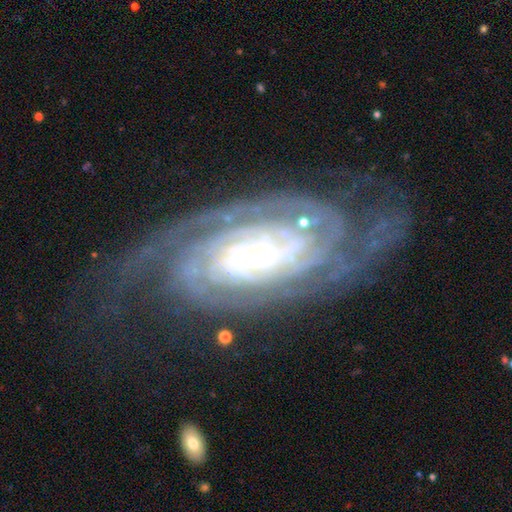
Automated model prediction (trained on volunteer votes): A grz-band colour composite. It shows a featured or disk galaxy (89%) with no bar (66%), 2 (27%) tight (75%) spiral arms (98%) and a small central bulge (71%). Merging: none (66%).